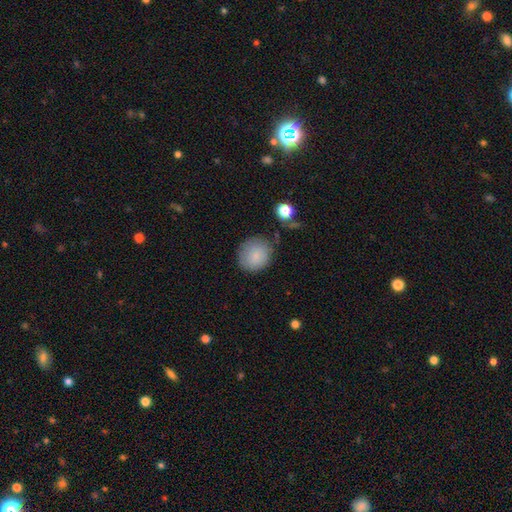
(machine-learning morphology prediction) Overall: smooth (84%). How rounded: round (86%). Merging: none (74%).